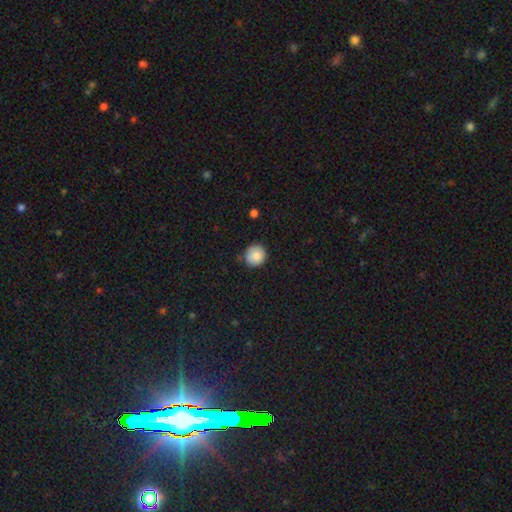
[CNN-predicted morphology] Smooth or featured: smooth — 85% (star or artifact — 9%)
How rounded: round — 91% (in between — 8%)
Merging: none — 83% (minor disturbance — 14%)